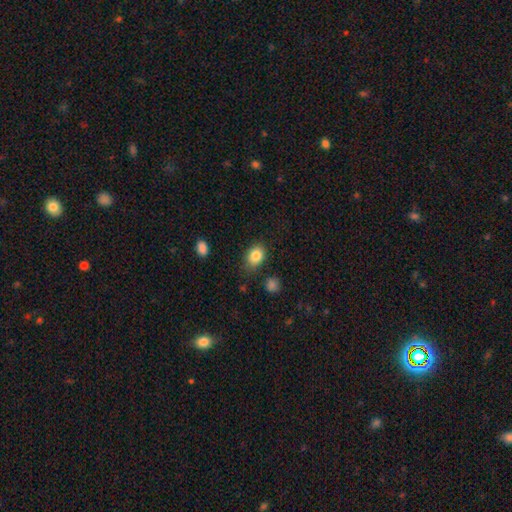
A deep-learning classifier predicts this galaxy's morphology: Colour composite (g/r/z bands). It shows a smooth galaxy with no disk features (85%) that is in between round and cigar-shaped (71%). Merging: none (77%).